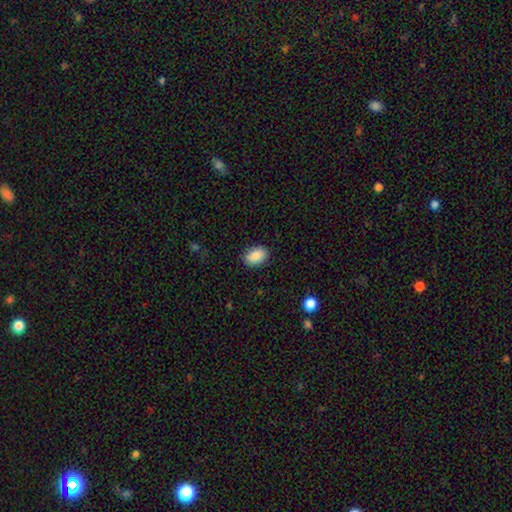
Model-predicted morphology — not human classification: smooth_or_featured: smooth (p=0.88) [alt: star or artifact p=0.07]
how_rounded: in between (p=0.87) [alt: round p=0.12]
merging: none (p=0.88) [alt: minor disturbance p=0.09]